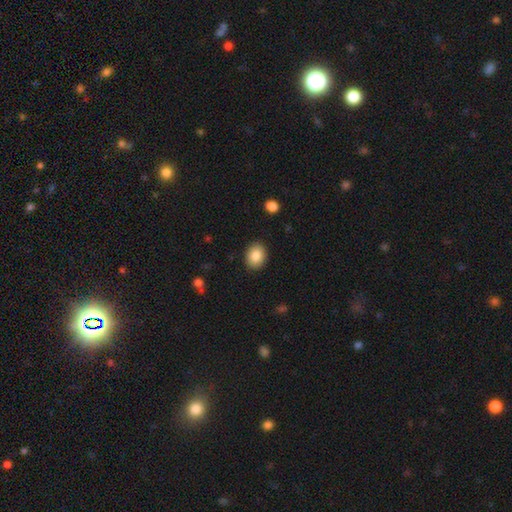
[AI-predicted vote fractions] Smooth or featured?
  - smooth: 86% *
  - star or artifact: 8%
  - featured or disk: 6%
How rounded?
  - in between: 54% *
  - round: 45%
  - cigar-shaped: 1%
Merging?
  - none: 89% *
  - minor disturbance: 8%
  - major disturbance: 2%
  - merger: 1%